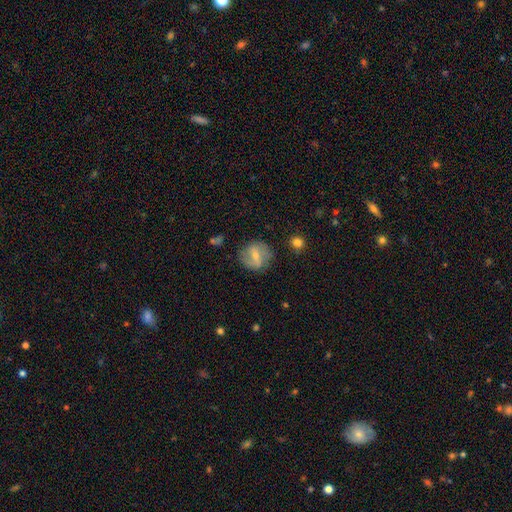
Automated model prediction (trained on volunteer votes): A featured or disk galaxy (51%).

Vote fractions:
- Smooth or featured? featured or disk: 51% / smooth: 41% / star or artifact: 8%
- Edge-on disk? no: 96% / yes: 4%
- Merging? none: 76% / minor disturbance: 16% / major disturbance: 6% / merger: 2%